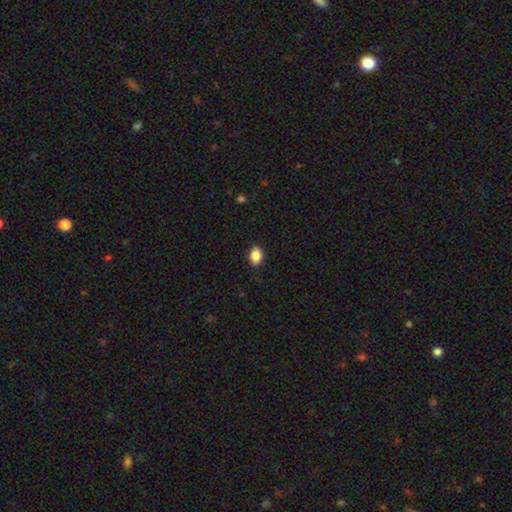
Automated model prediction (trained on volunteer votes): This appears to be a smooth galaxy with no disk features (88%) that is in between round and cigar-shaped (72%). Merging: none (87%).